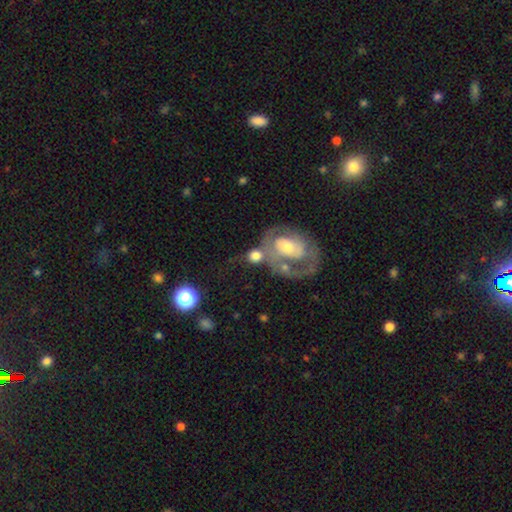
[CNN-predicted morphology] Smooth or featured?
  - smooth: 57% *
  - featured or disk: 35%
  - star or artifact: 8%
How rounded?
  - round: 66% *
  - in between: 32%
  - cigar-shaped: 2%
Merging?
  - none: 37% *
  - merger: 32%
  - major disturbance: 16%
  - minor disturbance: 15%